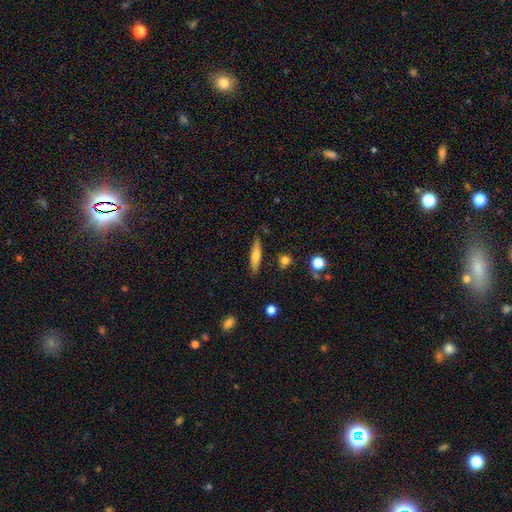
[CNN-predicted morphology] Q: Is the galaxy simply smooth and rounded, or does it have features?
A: smooth — 63%.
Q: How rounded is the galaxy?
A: cigar-shaped — 79%.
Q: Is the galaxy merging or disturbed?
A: none — 81%.